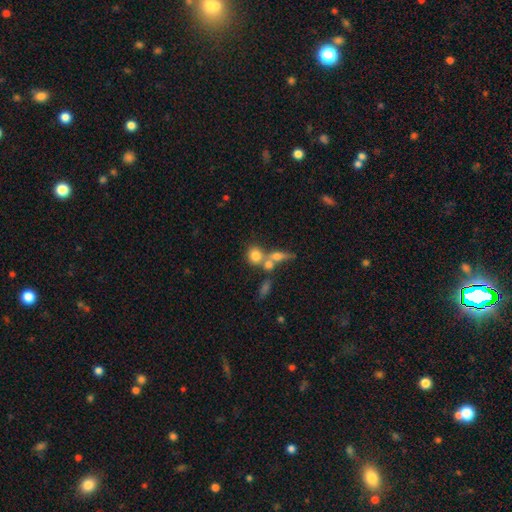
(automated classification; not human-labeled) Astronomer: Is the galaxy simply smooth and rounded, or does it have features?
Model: smooth — 73%.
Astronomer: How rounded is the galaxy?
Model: round — 70%.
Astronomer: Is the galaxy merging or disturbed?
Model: none — 43% (runner-up: merger, 41%).